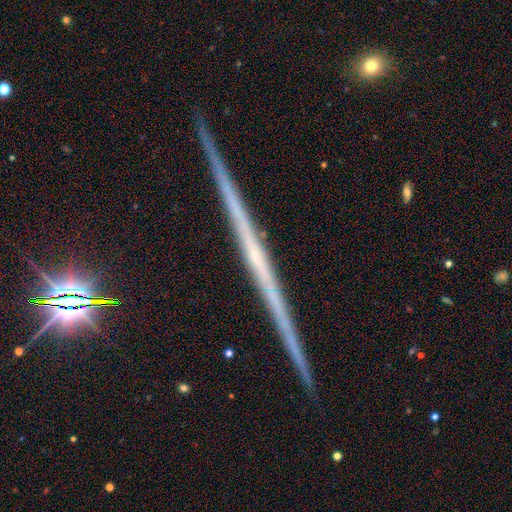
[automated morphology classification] smooth_or_featured: featured or disk (p=0.78) [alt: smooth p=0.12]
disk_edge_on: yes (p=0.98) [alt: no p=0.02]
edge_on_bulge: none (p=0.81) [alt: rounded p=0.14]
merging: none (p=0.91) [alt: minor disturbance p=0.06]